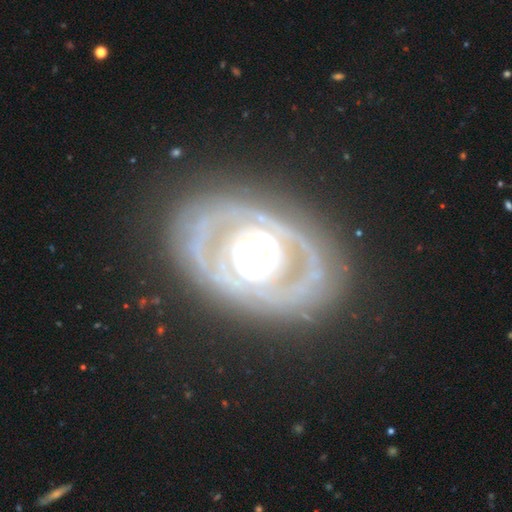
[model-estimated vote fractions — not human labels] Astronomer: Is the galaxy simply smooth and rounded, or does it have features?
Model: featured or disk — 81%.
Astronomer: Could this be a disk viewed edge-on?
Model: no — 93%.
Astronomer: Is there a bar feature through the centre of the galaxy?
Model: no — 68%.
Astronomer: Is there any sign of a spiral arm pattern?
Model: yes — 55% (runner-up: no, 45%).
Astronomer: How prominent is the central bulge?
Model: large — 45% (runner-up: moderate, 41%).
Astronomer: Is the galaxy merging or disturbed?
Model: none — 76%.